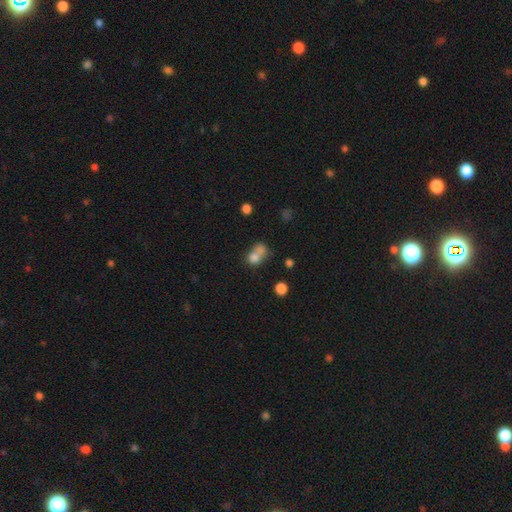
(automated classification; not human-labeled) This appears to be a smooth galaxy with no disk features (76%) that is round (57%). Merging: merger (57%).